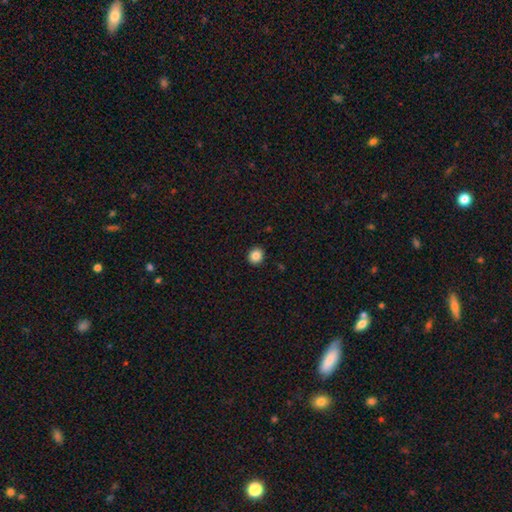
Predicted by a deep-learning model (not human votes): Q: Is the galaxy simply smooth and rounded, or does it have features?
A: smooth — 86%.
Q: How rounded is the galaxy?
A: round — 82%.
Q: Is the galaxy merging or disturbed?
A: none — 92%.